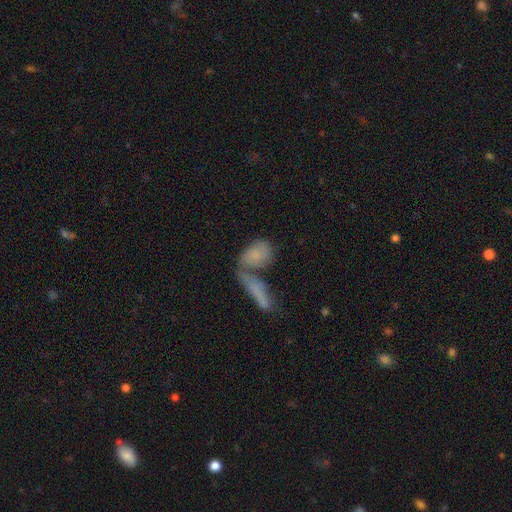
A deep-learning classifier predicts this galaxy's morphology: smooth_or_featured: smooth (p=0.62) [alt: featured or disk p=0.28]
how_rounded: in between (p=0.72) [alt: cigar-shaped p=0.15]
merging: merger (p=0.48) [alt: none p=0.33]